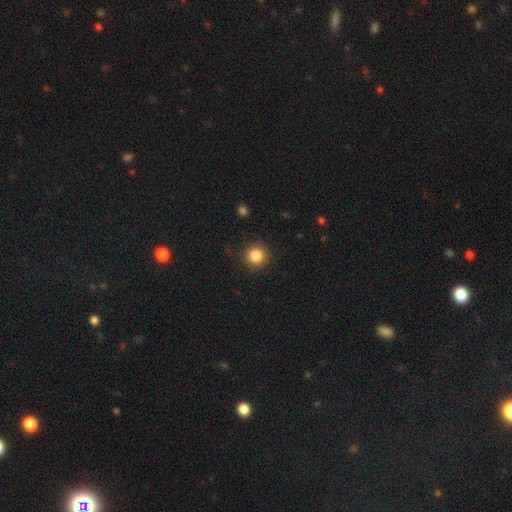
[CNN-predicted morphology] Overall: smooth (84%). How rounded: round (94%). Merging: none (89%).